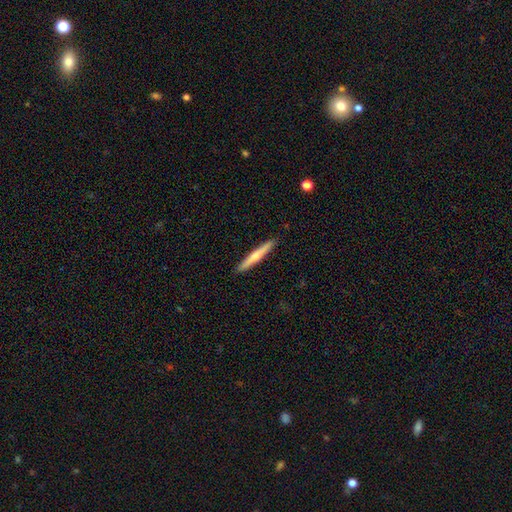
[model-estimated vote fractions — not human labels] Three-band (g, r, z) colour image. It shows a smooth galaxy with no disk features (48%). Merging: none (92%).